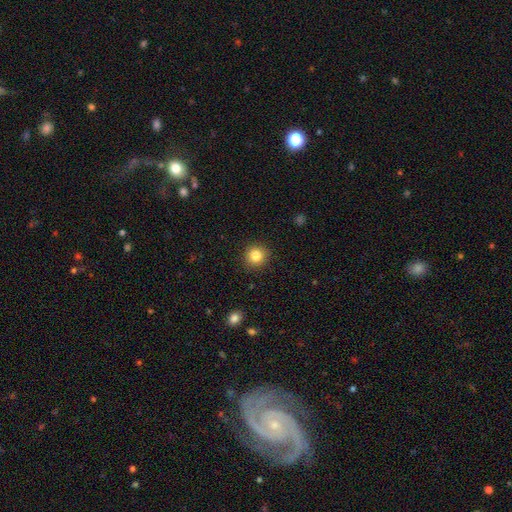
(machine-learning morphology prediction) Overall: smooth (85%). How rounded: round (93%). Merging: none (90%).